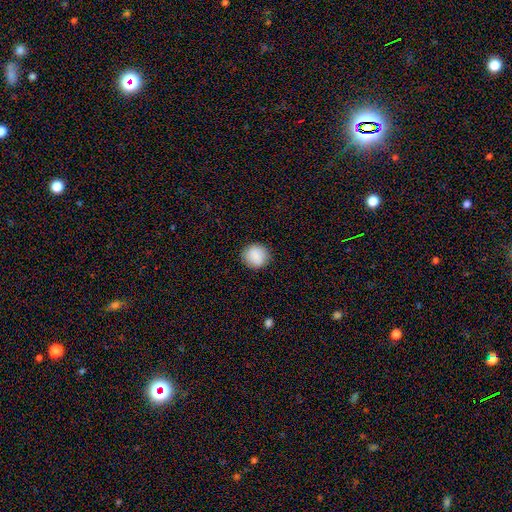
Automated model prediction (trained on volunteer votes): A smooth galaxy with no disk features (88%) that is round (90%).

Vote fractions:
- Smooth or featured? smooth: 88% / star or artifact: 8% / featured or disk: 4%
- How rounded? round: 90% / in between: 9% / cigar-shaped: 1%
- Merging? none: 90% / minor disturbance: 7% / major disturbance: 2% / merger: 1%